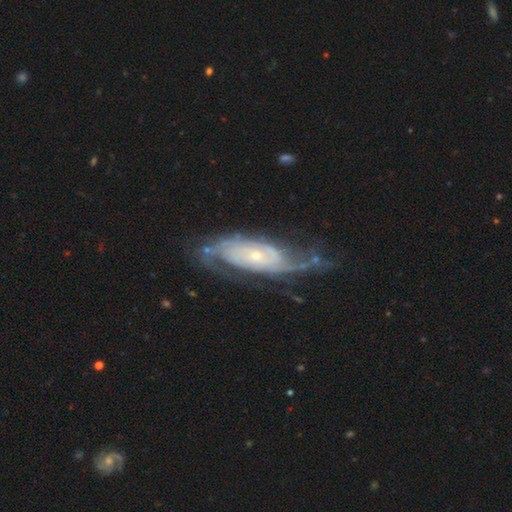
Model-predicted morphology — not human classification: type=featured or disk (83%); edge-on=no (89%); bar=no (72%); spiral arms=yes (91%); winding=tight (48%); arm count=2 (48%); bulge=small (73%); merging=none (59%).